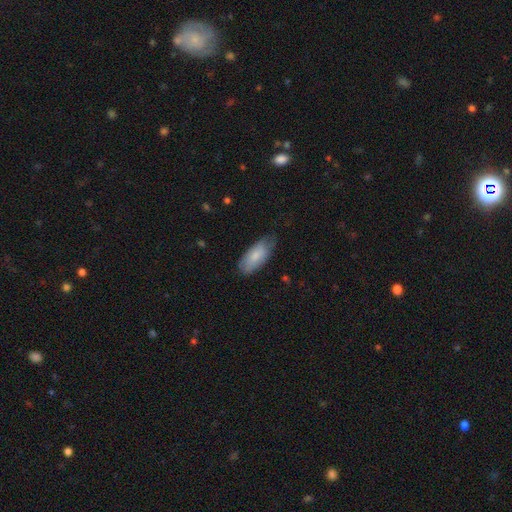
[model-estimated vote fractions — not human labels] Morphology: type=smooth (80%); roundness=in between (87%); merging=none (69%).